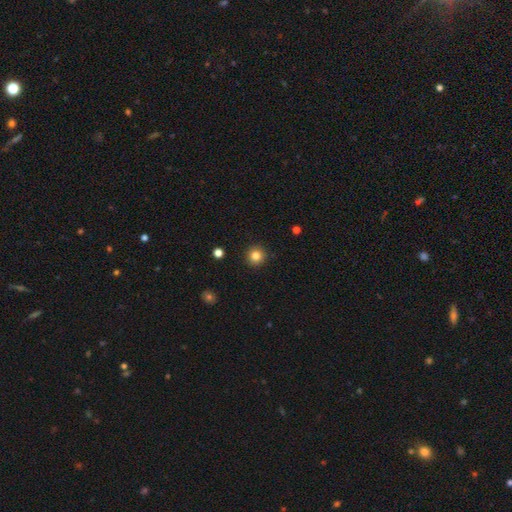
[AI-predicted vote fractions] Morphology: type=smooth (83%); roundness=round (95%); merging=none (92%).